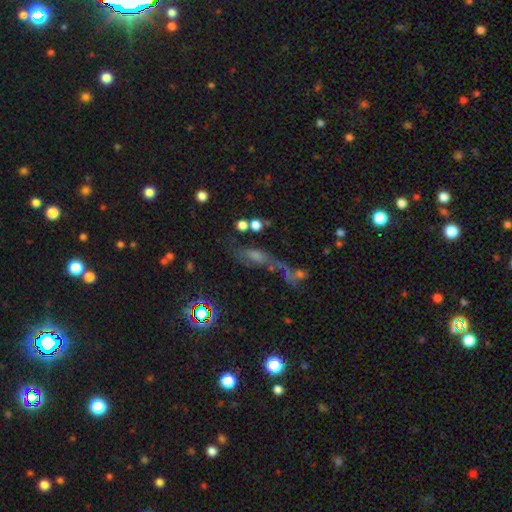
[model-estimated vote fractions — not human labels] Smooth or featured? Predicted: featured or disk (p=0.37). Merging? Predicted: none (p=0.36).